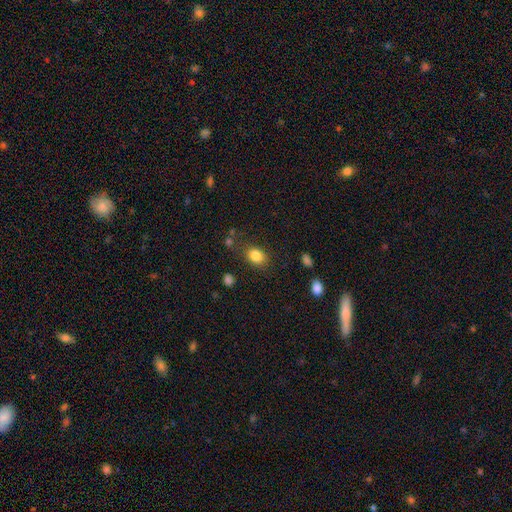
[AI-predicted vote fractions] Smooth or featured? smooth (84%)
How rounded? in between (65%)
Merging? none (80%)